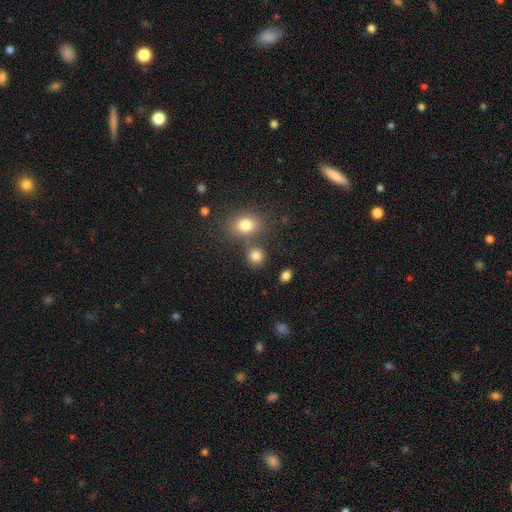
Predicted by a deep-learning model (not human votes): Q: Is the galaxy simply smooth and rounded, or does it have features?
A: smooth — 81%.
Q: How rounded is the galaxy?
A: round — 79%.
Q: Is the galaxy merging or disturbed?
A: none — 66%.